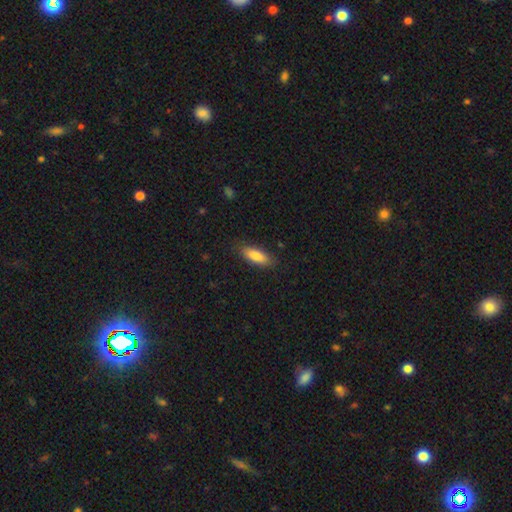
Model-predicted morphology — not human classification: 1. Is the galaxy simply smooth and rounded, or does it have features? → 84% smooth, 10% featured or disk, 6% star or artifact.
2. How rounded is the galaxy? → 67% in between, 31% cigar-shaped, 2% round.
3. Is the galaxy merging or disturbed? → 83% none, 13% minor disturbance, 3% major disturbance, 1% merger.